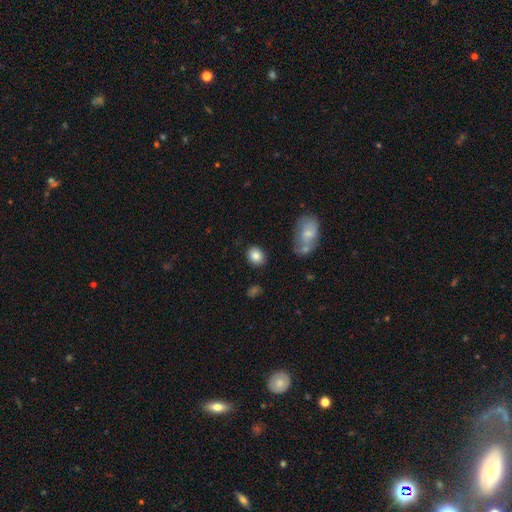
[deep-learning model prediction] smooth 85%, star or artifact 8%, featured or disk 6%. Down the decision tree: how rounded — round (53%); merging — none (83%).